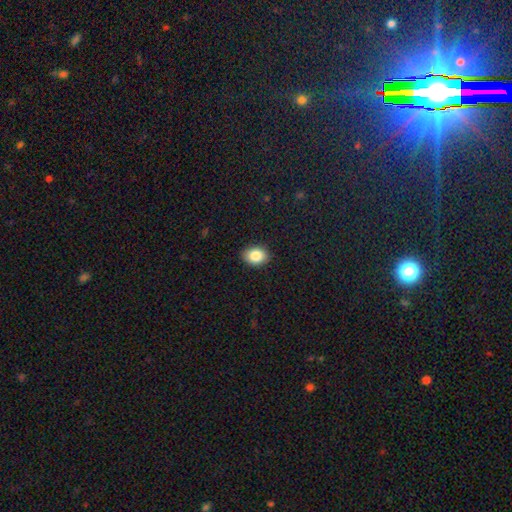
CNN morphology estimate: Smooth or featured? Predicted: smooth (p=0.86). How rounded? Predicted: in between (p=0.66). Merging? Predicted: none (p=0.89).